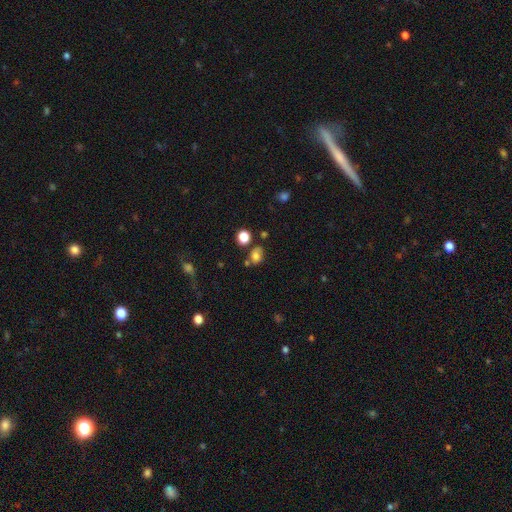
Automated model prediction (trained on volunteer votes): This appears to be a smooth galaxy with no disk features (72%) that is round (54%). Merging: none (61%).